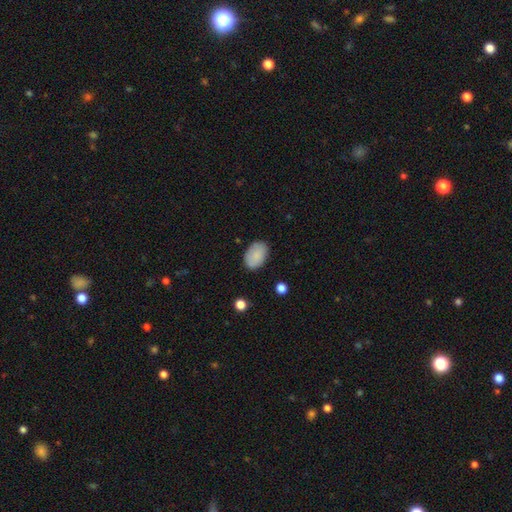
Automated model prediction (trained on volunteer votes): smooth-or-featured: smooth: 87% | star or artifact: 7% | featured or disk: 7%
  how-rounded: in between: 86% | round: 13% | cigar-shaped: 1%
  merging: none: 81% | minor disturbance: 14% | major disturbance: 3% | merger: 1%